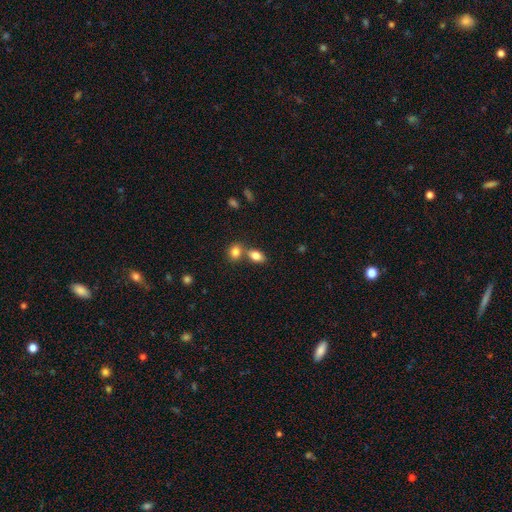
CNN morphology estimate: Overall: smooth (83%). How rounded: in between (83%). Merging: none (50%; merger 38%).